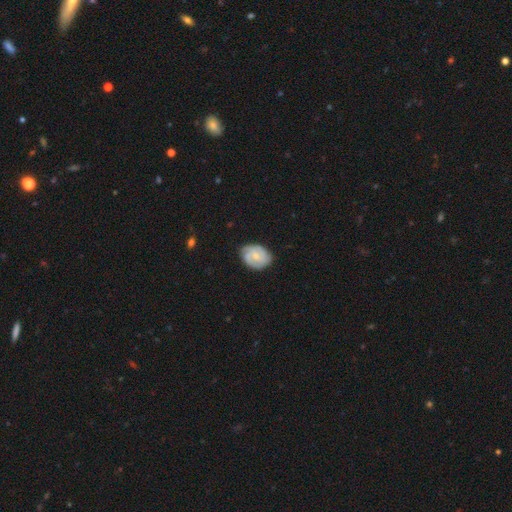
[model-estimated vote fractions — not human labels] Smooth or featured? featured or disk (57%)
Edge-on disk? no (97%)
Bar? no (68%)
Spiral arms? yes (86%)
Bulge size? small (60%)
Merging? none (71%)